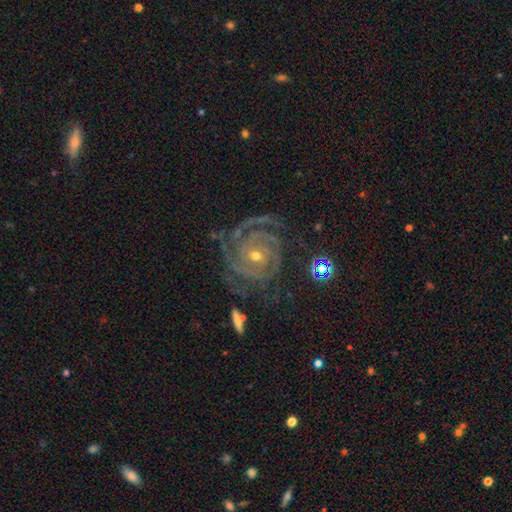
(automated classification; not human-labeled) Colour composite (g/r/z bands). It shows a featured or disk galaxy (89%) with no bar (68%), 3 (31%) tight (81%) spiral arms (98%) and a small central bulge (58%). Merging: none (70%).